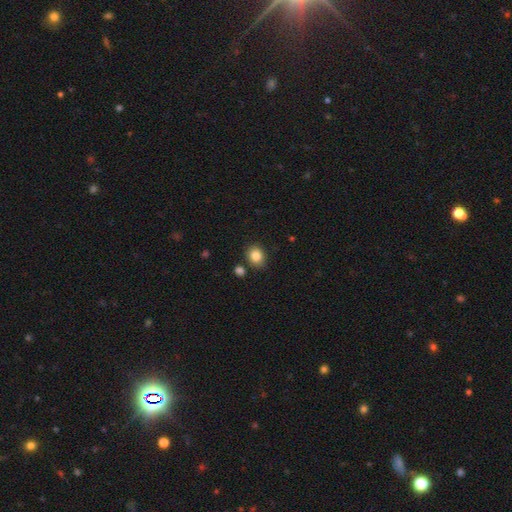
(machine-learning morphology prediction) This appears to be a smooth galaxy with no disk features (85%) that is round (58%). Merging: none (81%).